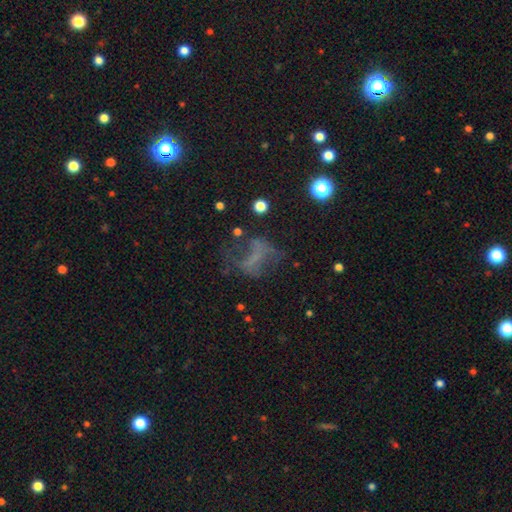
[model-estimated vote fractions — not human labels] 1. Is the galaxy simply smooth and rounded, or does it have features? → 43% featured or disk, 29% smooth, 28% star or artifact.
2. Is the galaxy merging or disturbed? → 41% none, 34% major disturbance, 19% minor disturbance, 6% merger.